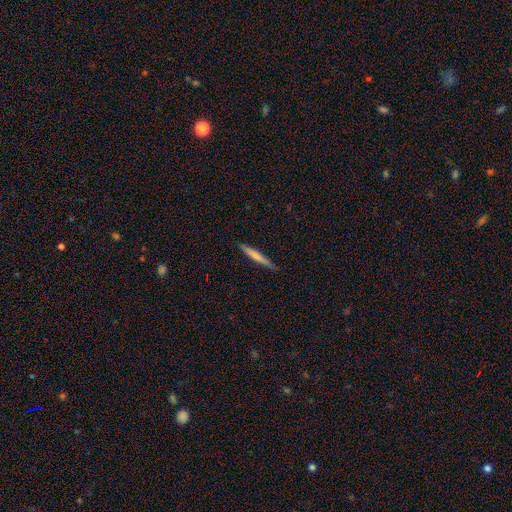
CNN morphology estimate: Smooth or featured: smooth — 65% (featured or disk — 30%)
How rounded: cigar-shaped — 95% (in between — 4%)
Merging: none — 85% (minor disturbance — 12%)